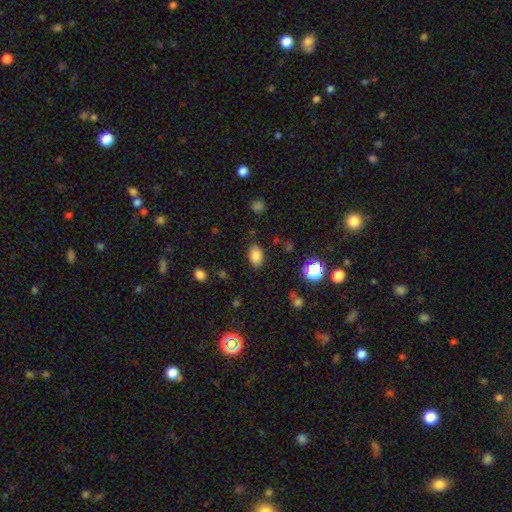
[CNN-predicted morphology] smooth_or_featured: smooth (p=0.83) [alt: star or artifact p=0.11]
how_rounded: in between (p=0.86) [alt: round p=0.13]
merging: none (p=0.84) [alt: minor disturbance p=0.11]